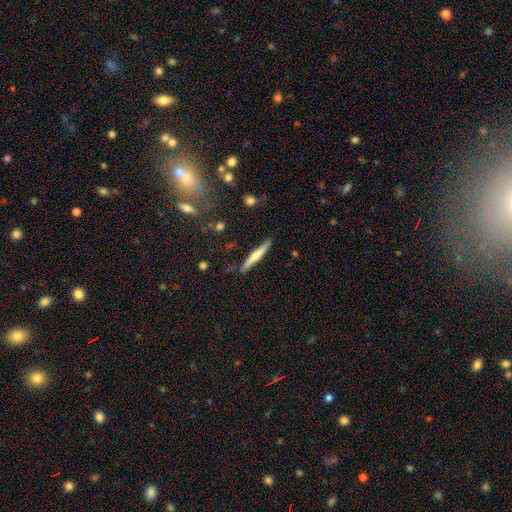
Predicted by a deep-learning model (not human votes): This is possibly a smooth galaxy (50%). Merging: clearly none (85%).